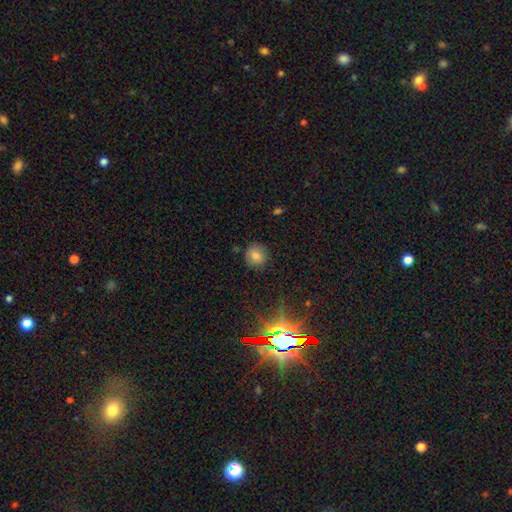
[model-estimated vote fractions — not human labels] smooth-or-featured: smooth: 75% | star or artifact: 15% | featured or disk: 10%
  how-rounded: round: 90% | in between: 9% | cigar-shaped: 1%
  merging: none: 88% | minor disturbance: 8% | major disturbance: 2% | merger: 2%